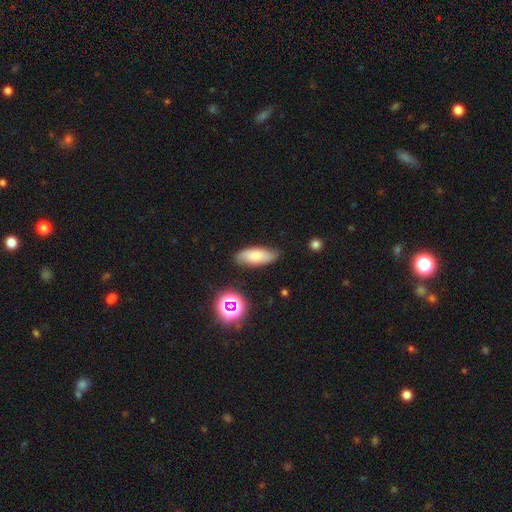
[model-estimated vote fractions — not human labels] smooth-or-featured: smooth: 68% | featured or disk: 22% | star or artifact: 10%
  how-rounded: in between: 80% | cigar-shaped: 17% | round: 3%
  merging: none: 79% | minor disturbance: 16% | major disturbance: 3% | merger: 2%